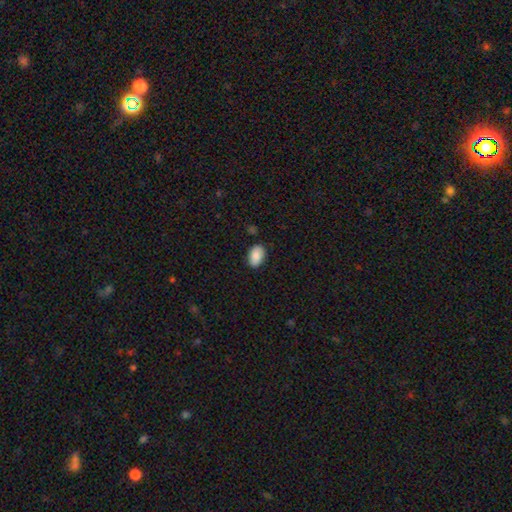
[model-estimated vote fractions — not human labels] Morphology: type=smooth (86%); roundness=in between (90%); merging=none (85%).